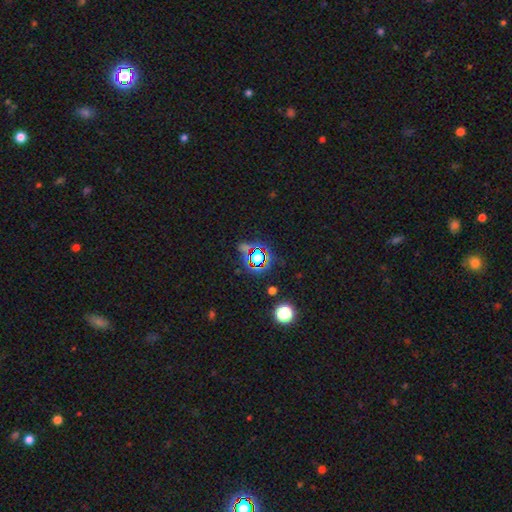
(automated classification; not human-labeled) A star or artifact, not a galaxy (67%).

Vote fractions:
- Smooth or featured? star or artifact: 67% / smooth: 22% / featured or disk: 11%